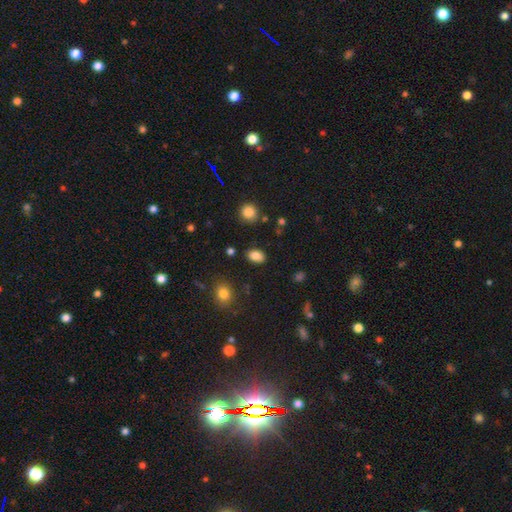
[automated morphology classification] A smooth galaxy with no disk features (85%) that is in between round and cigar-shaped (86%). Merging: none (85%).